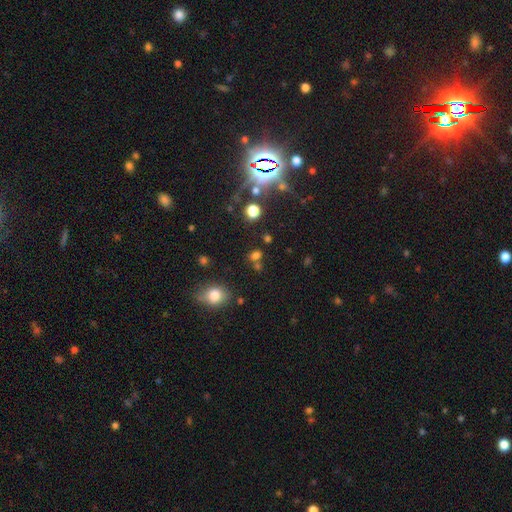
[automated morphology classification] type=smooth (66%); roundness=round (52%); merging=none (64%).